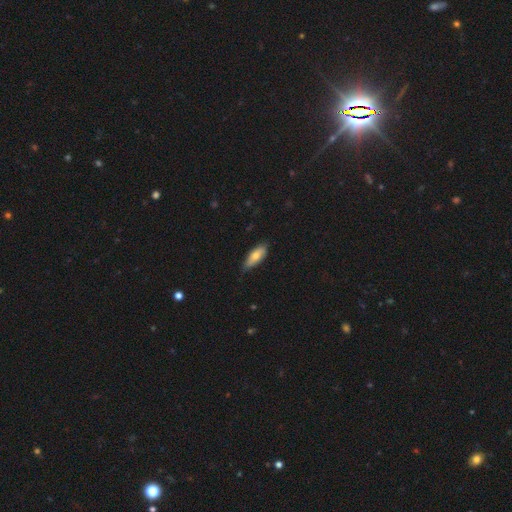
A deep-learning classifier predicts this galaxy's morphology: Smooth or featured: smooth — 75% (featured or disk — 19%)
How rounded: in between — 70% (cigar-shaped — 28%)
Merging: none — 74% (minor disturbance — 22%)